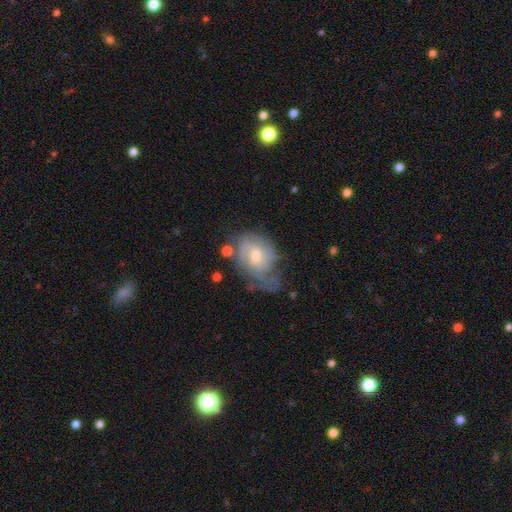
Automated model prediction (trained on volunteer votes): Smooth or featured? Predicted: featured or disk (p=0.70). Edge-on disk? Predicted: no (p=0.97). Bar? Predicted: no (p=0.54). Spiral arms? Predicted: yes (p=0.84). Spiral winding? Predicted: tight (p=0.49). Spiral arm count? Predicted: can't tell (p=0.43). Bulge size? Predicted: moderate (p=0.52). Merging? Predicted: none (p=0.35).